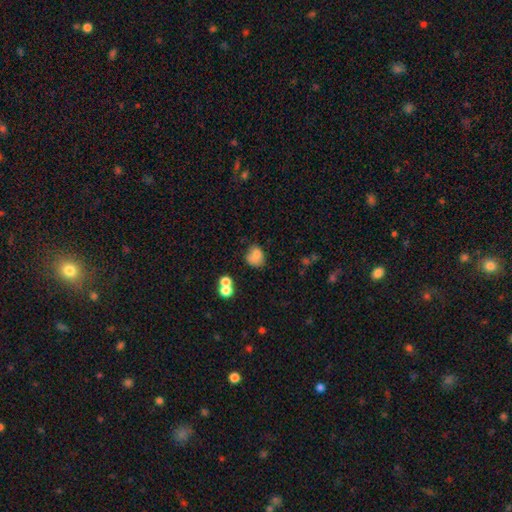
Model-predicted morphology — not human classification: smooth-or-featured: smooth: 77% | star or artifact: 12% | featured or disk: 11%
  how-rounded: round: 59% | in between: 40% | cigar-shaped: 1%
  merging: none: 49% | minor disturbance: 28% | merger: 13% | major disturbance: 11%